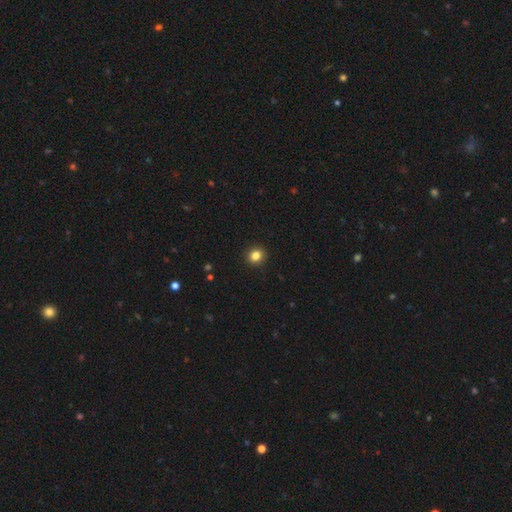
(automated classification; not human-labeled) smooth_or_featured: smooth (p=0.84) [alt: star or artifact p=0.11]
how_rounded: round (p=0.82) [alt: in between p=0.17]
merging: none (p=0.92) [alt: minor disturbance p=0.05]